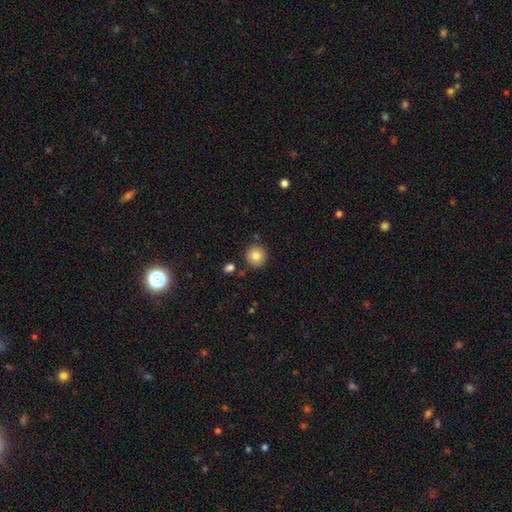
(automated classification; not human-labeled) smooth_or_featured: smooth (p=0.82) [alt: star or artifact p=0.09]
how_rounded: round (p=0.94) [alt: in between p=0.05]
merging: none (p=0.86) [alt: minor disturbance p=0.08]